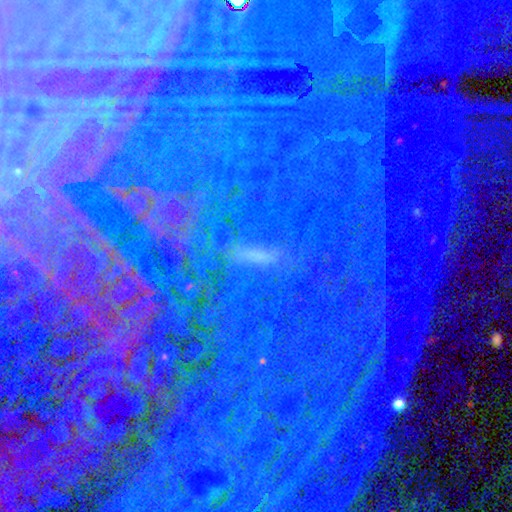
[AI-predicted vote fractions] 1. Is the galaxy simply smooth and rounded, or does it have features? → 65% star or artifact, 18% featured or disk, 17% smooth.